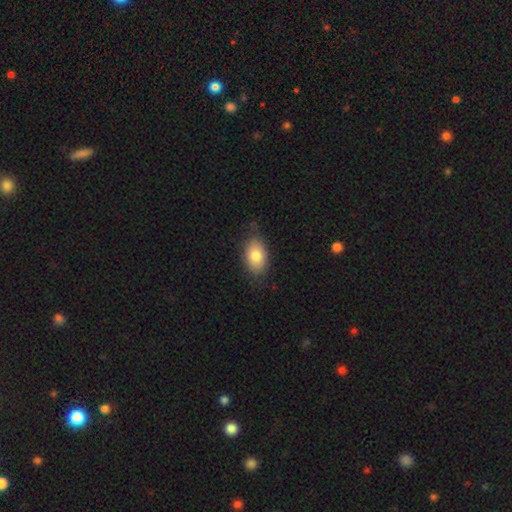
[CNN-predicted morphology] smooth-or-featured: smooth: 82% | featured or disk: 11% | star or artifact: 7%
  how-rounded: in between: 89% | round: 10% | cigar-shaped: 1%
  merging: none: 74% | minor disturbance: 21% | major disturbance: 4% | merger: 1%